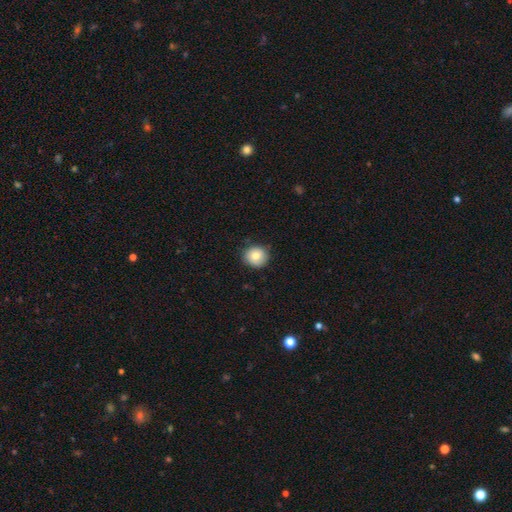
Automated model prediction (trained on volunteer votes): Smooth or featured?
  - smooth: 80% *
  - featured or disk: 11%
  - star or artifact: 9%
How rounded?
  - round: 90% *
  - in between: 9%
  - cigar-shaped: 1%
Merging?
  - none: 84% *
  - minor disturbance: 13%
  - major disturbance: 2%
  - merger: 1%